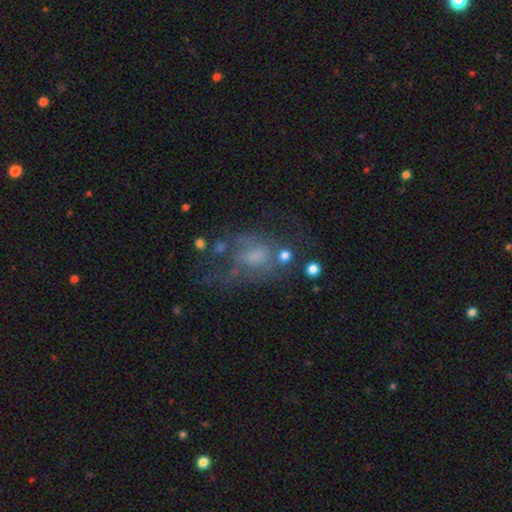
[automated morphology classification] This is possibly a featured or disk galaxy (45%). Merging: marginally major disturbance (37%).